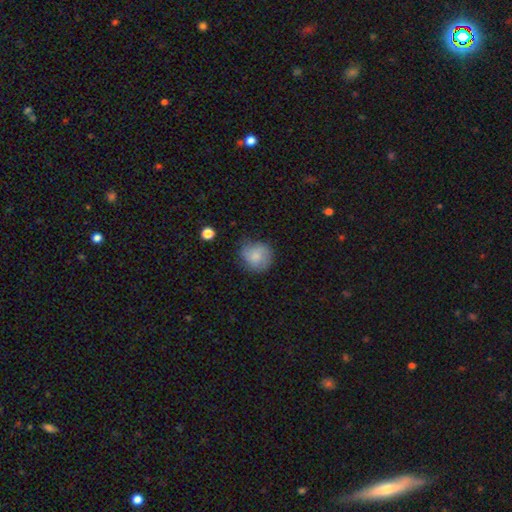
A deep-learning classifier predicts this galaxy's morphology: Smooth or featured? Predicted: smooth (p=0.77). How rounded? Predicted: round (p=0.85). Merging? Predicted: none (p=0.62).